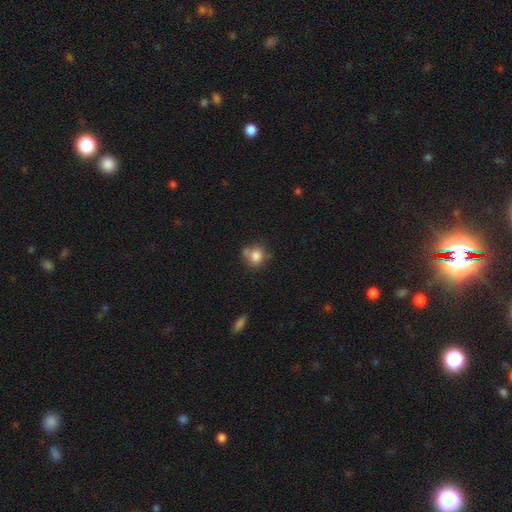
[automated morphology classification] smooth 81%, star or artifact 10%, featured or disk 9%. Down the decision tree: how rounded — round (77%); merging — none (57%).